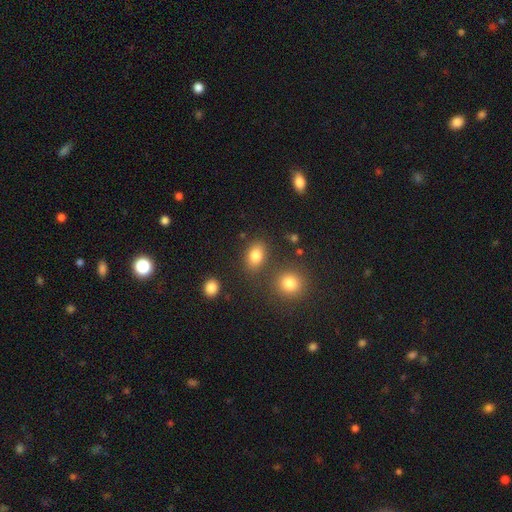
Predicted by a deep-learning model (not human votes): Overall: smooth (82%). How rounded: in between (73%). Merging: none (76%).